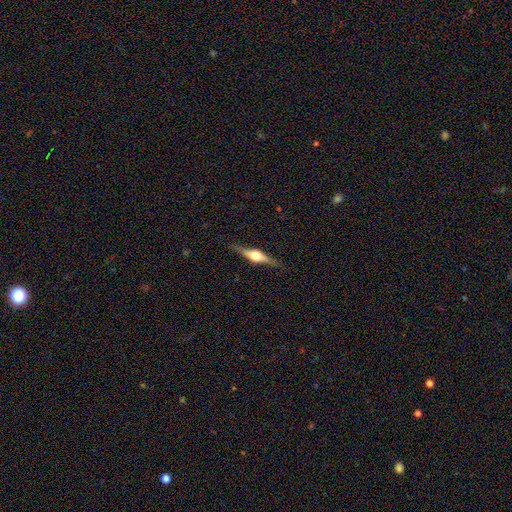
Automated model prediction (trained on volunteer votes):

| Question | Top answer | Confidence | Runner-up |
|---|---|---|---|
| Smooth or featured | featured or disk | 75% | smooth (20%) |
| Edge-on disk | yes | 97% | no (3%) |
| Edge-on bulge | rounded | 93% | boxy (5%) |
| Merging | none | 88% | minor disturbance (9%) |